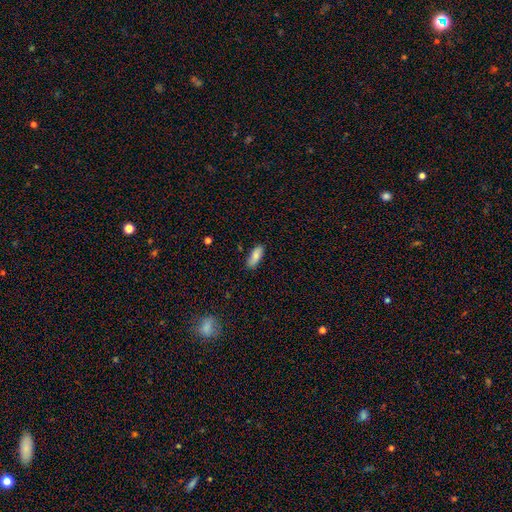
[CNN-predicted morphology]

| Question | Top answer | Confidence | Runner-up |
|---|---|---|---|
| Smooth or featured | smooth | 82% | featured or disk (11%) |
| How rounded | in between | 76% | cigar-shaped (22%) |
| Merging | none | 83% | minor disturbance (13%) |